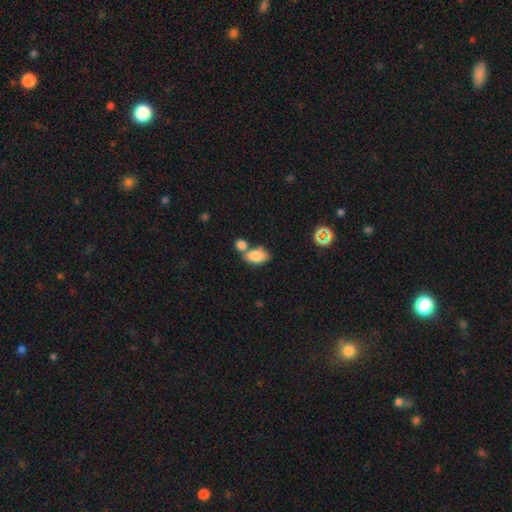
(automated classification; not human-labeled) Overall: smooth (81%). How rounded: in between (88%). Merging: none (42%; merger 41%).